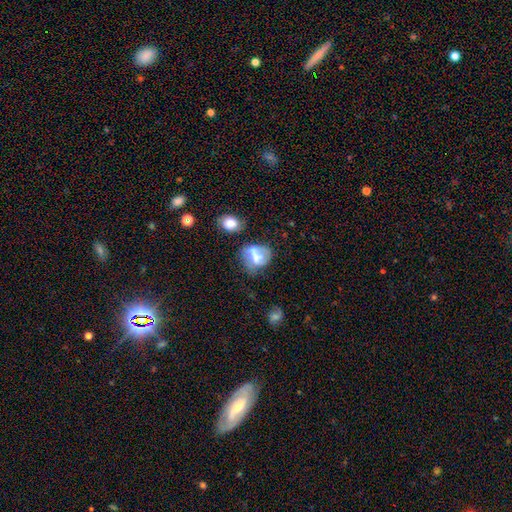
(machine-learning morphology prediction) Q: Smooth or featured?
A: smooth (50%); runner-up: featured or disk (38%)
Q: How rounded?
A: round (52%); runner-up: in between (46%)
Q: Merging?
A: none (37%); runner-up: minor disturbance (24%)